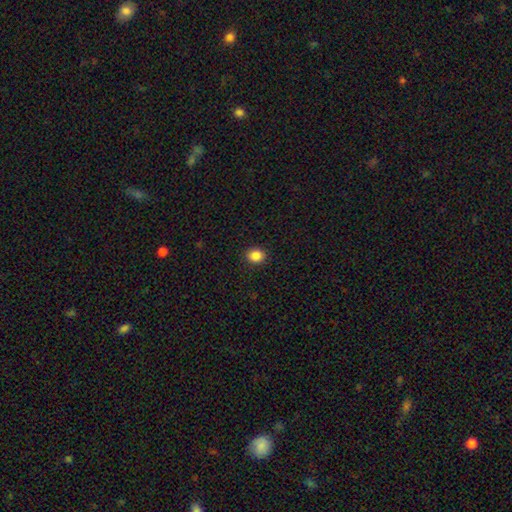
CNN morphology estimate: Smooth or featured? Predicted: smooth (p=0.87). How rounded? Predicted: round (p=0.68). Merging? Predicted: none (p=0.91).